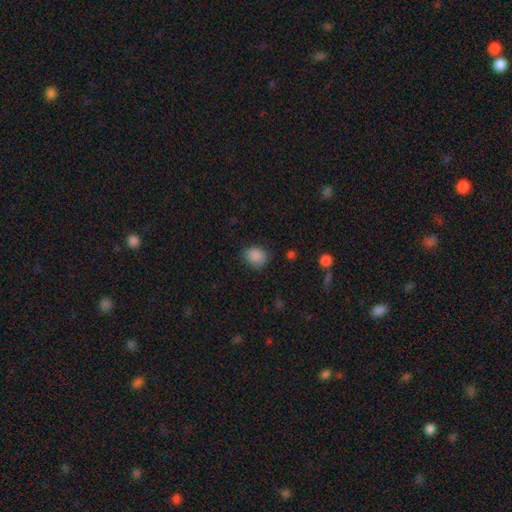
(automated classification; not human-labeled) Morphology: type=smooth (86%); roundness=round (54%); merging=none (77%).